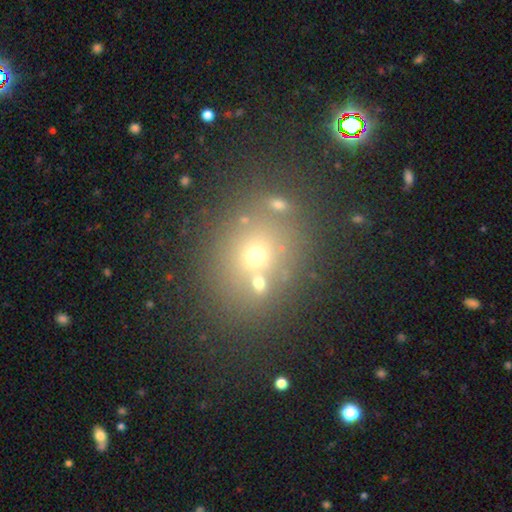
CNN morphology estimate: A smooth galaxy with no disk features (54%) that is round (68%). Merging: none (66%).